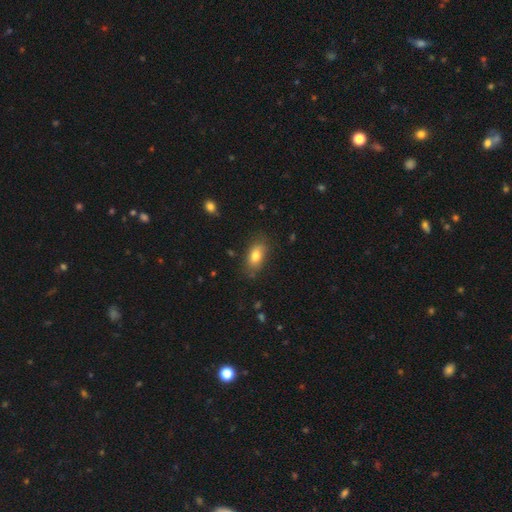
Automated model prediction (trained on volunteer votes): Q: Smooth or featured?
A: smooth (80%); runner-up: featured or disk (12%)
Q: How rounded?
A: in between (87%); runner-up: round (8%)
Q: Merging?
A: none (79%); runner-up: minor disturbance (15%)